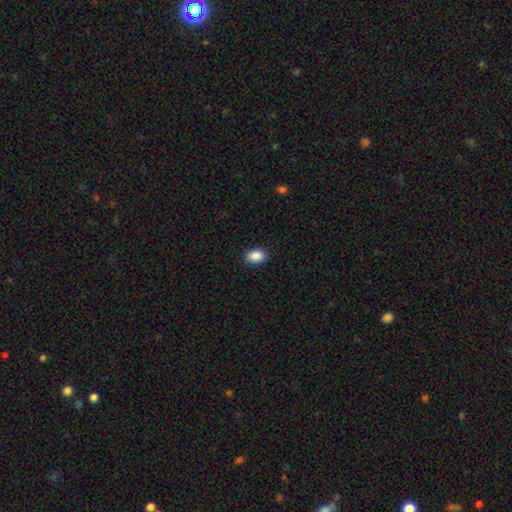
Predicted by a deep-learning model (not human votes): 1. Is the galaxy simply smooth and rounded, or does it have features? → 89% smooth, 8% star or artifact, 3% featured or disk.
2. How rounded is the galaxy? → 84% in between, 14% round, 1% cigar-shaped.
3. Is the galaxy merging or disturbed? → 89% none, 8% minor disturbance, 2% major disturbance, 1% merger.